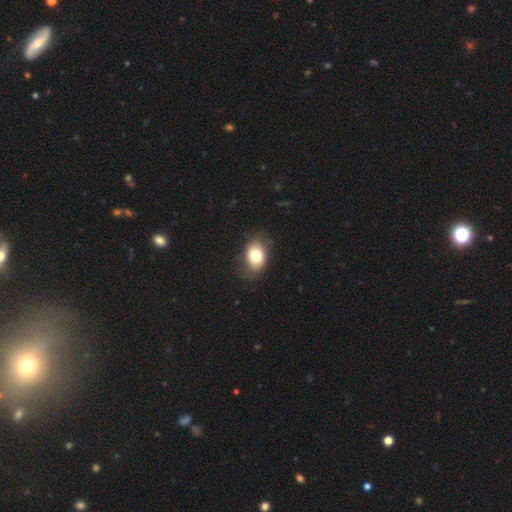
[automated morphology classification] The model was most divided on "how rounded": in between: 79%, round: 20%, cigar-shaped: 1%. More confident: smooth or featured — smooth (78%); merging — none (78%).